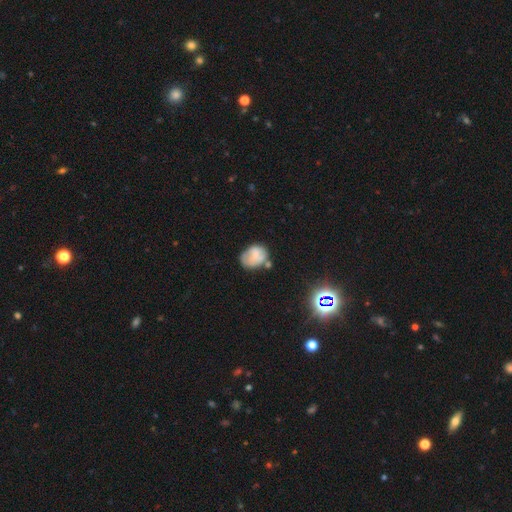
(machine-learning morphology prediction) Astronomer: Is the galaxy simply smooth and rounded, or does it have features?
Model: smooth — 62%.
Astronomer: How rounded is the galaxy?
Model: in between — 63%.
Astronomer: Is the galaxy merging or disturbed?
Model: none — 42% (runner-up: minor disturbance, 31%).